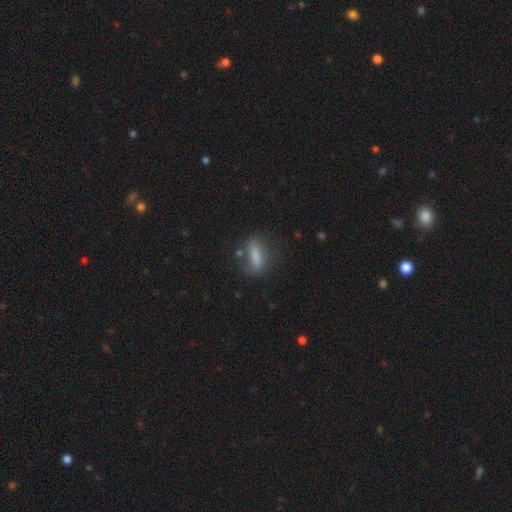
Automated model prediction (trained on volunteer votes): Smooth or featured? Predicted: smooth (p=0.67). How rounded? Predicted: cigar-shaped (p=0.54). Merging? Predicted: none (p=0.66).